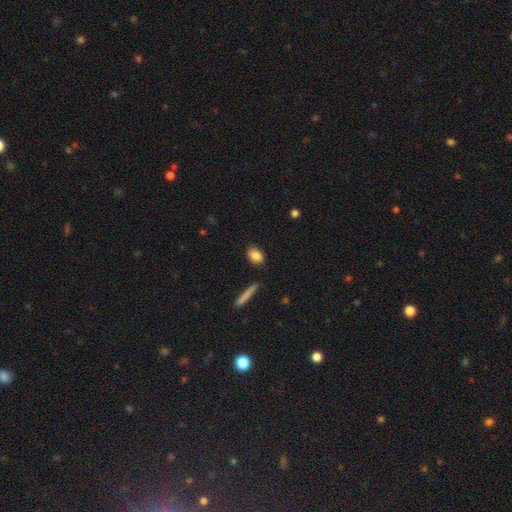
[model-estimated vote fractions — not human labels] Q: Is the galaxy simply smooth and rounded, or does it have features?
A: smooth — 86%.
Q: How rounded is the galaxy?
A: in between — 81%.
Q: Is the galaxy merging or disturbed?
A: none — 83%.